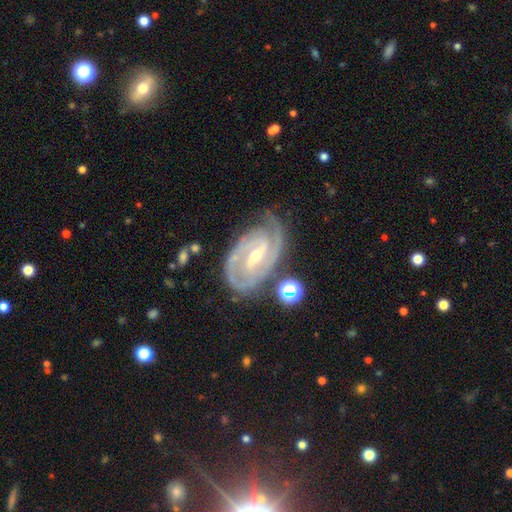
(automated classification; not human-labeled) This appears to be a featured or disk galaxy (91%) with a strong bar (45%), 2 (65%) tight (66%) spiral arms (98%) and a small central bulge (59%). Merging: none (71%).